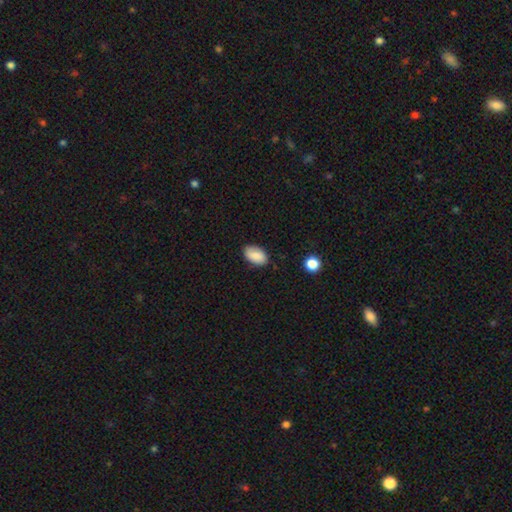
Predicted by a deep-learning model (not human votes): Smooth or featured? smooth (87%)
How rounded? in between (93%)
Merging? none (83%)